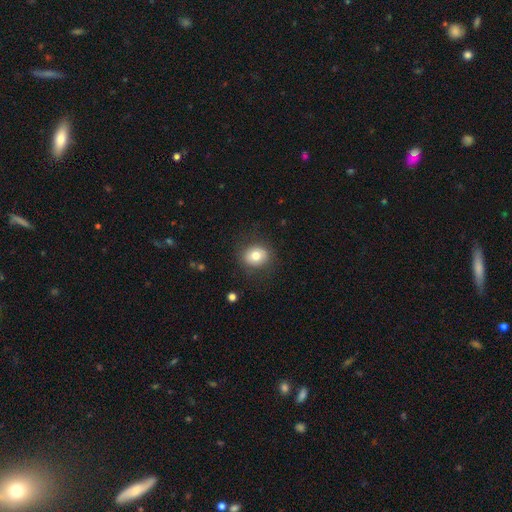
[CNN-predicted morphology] A smooth galaxy with no disk features (78%) that is round (65%).

Vote fractions:
- Smooth or featured? smooth: 78% / featured or disk: 12% / star or artifact: 10%
- How rounded? round: 65% / in between: 34% / cigar-shaped: 1%
- Merging? none: 85% / minor disturbance: 10% / major disturbance: 4% / merger: 1%